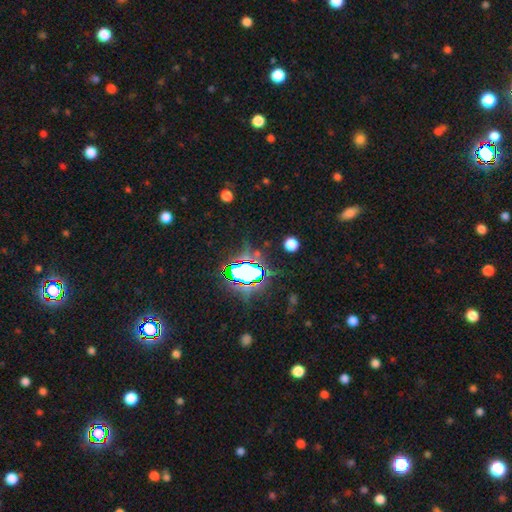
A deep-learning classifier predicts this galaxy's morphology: Smooth or featured? star or artifact (75%)